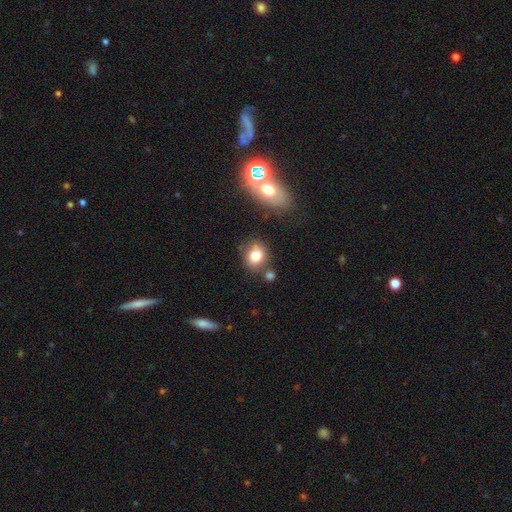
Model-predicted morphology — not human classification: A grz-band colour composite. It shows a smooth galaxy with no disk features (78%) that is round (60%). Merging: none (68%).